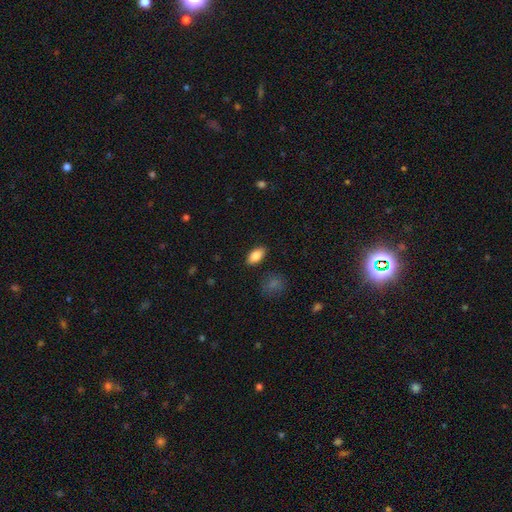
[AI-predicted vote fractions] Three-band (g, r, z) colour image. It shows a smooth galaxy with no disk features (85%) that is in between round and cigar-shaped (90%). Merging: none (88%).